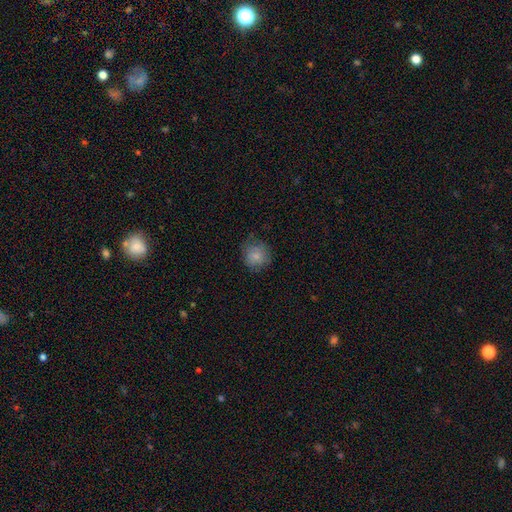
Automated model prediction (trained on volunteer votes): A smooth galaxy with no disk features (82%) that is round (87%). Merging: none (71%).